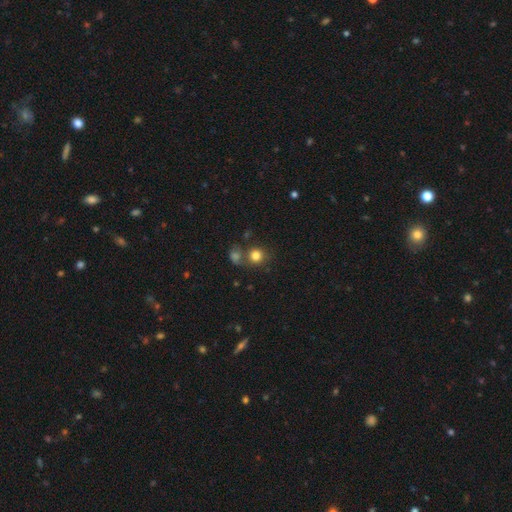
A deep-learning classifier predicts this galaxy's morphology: A smooth galaxy with no disk features (80%) that is round (87%). Merging: none (62%).